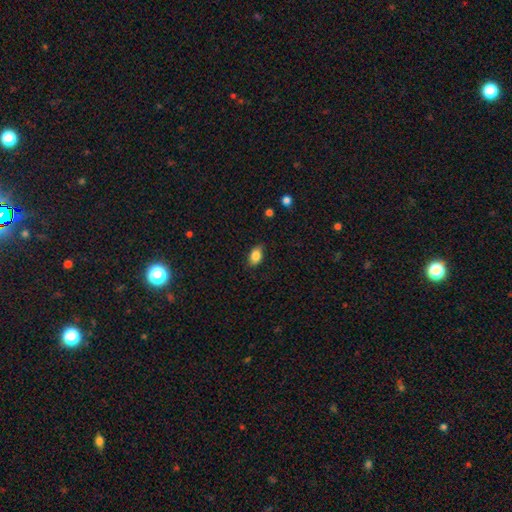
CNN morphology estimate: Smooth or featured? smooth (85%)
How rounded? in between (84%)
Merging? none (81%)